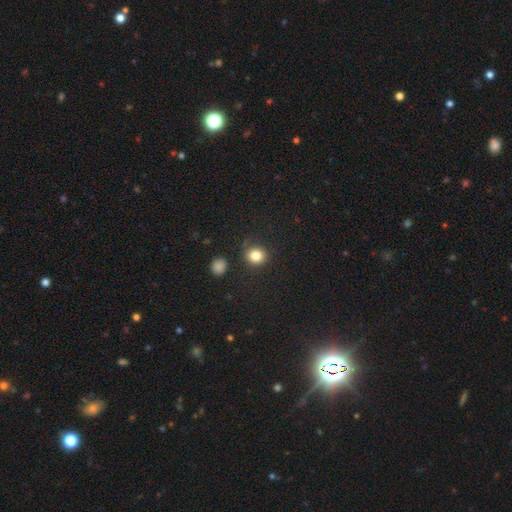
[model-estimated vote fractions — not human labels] smooth-or-featured: smooth: 82% | star or artifact: 12% | featured or disk: 6%
  how-rounded: round: 86% | in between: 13% | cigar-shaped: 1%
  merging: none: 81% | minor disturbance: 11% | major disturbance: 5% | merger: 3%